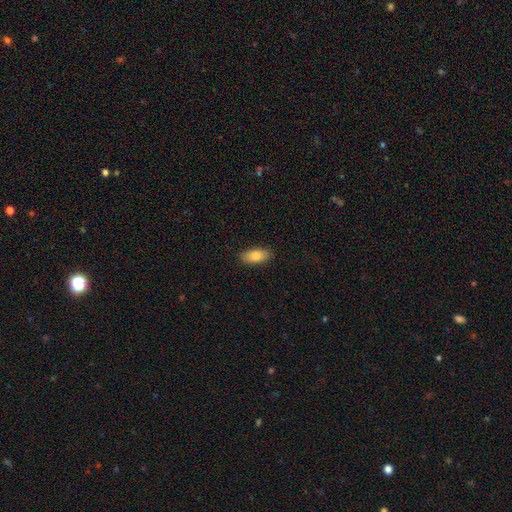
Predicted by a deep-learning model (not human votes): This appears to be a smooth galaxy with no disk features (85%) that is in between round and cigar-shaped (88%). Merging: none (88%).